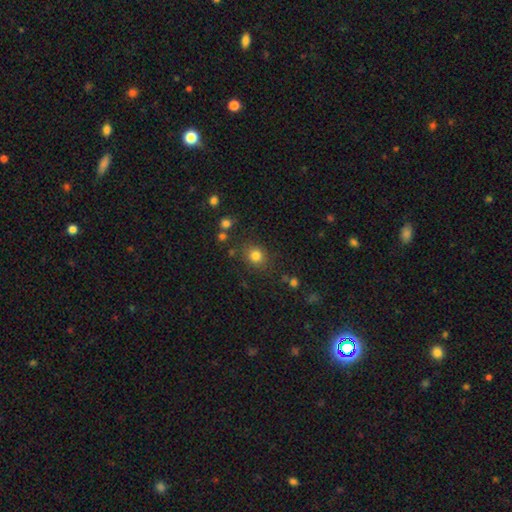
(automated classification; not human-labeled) Smooth or featured: smooth — 80% (star or artifact — 13%)
How rounded: round — 76% (in between — 23%)
Merging: none — 82% (minor disturbance — 11%)